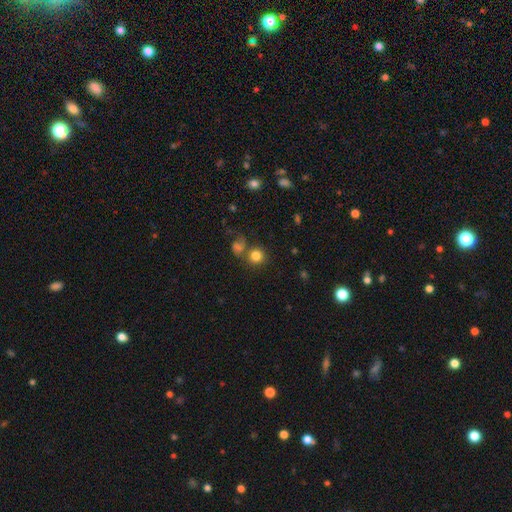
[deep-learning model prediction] Smooth or featured: smooth — 81% (star or artifact — 11%)
How rounded: round — 89% (in between — 10%)
Merging: none — 64% (merger — 22%)